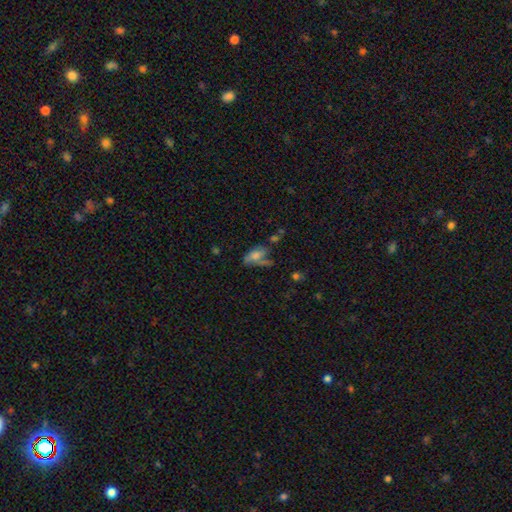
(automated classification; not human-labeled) Smooth or featured: smooth — 50% (featured or disk — 36%)
How rounded: in between — 81% (cigar-shaped — 13%)
Merging: none — 34% (major disturbance — 28%)